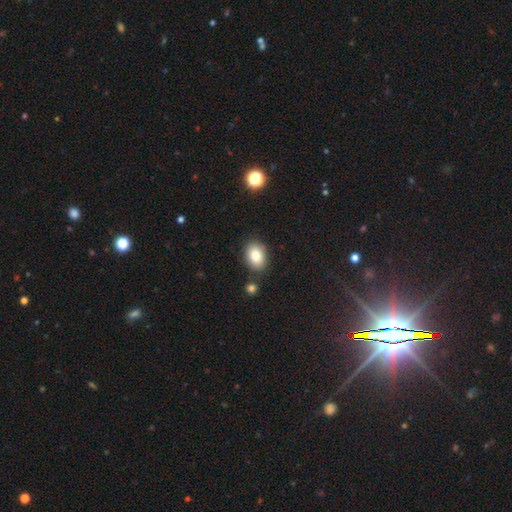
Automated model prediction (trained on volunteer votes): smooth 83%, star or artifact 9%, featured or disk 8%. Down the decision tree: how rounded — in between (77%); merging — none (81%).